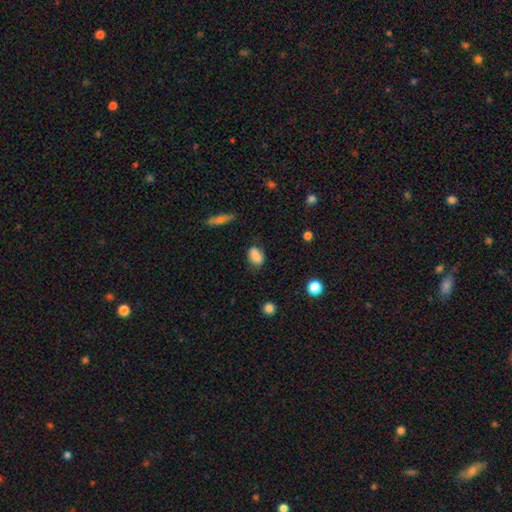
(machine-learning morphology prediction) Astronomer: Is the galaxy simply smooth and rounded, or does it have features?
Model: smooth — 82%.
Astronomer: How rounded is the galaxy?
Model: in between — 81%.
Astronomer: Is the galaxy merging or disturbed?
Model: none — 70%.